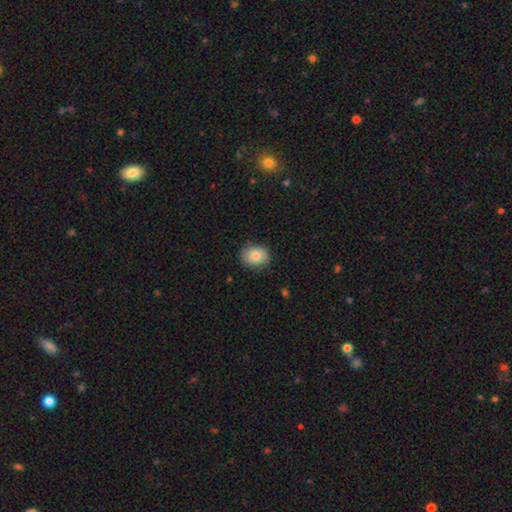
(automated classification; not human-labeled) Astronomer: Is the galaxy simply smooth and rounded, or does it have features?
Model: smooth — 82%.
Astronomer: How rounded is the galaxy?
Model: in between — 51% (runner-up: round, 48%).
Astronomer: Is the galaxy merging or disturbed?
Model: none — 79%.